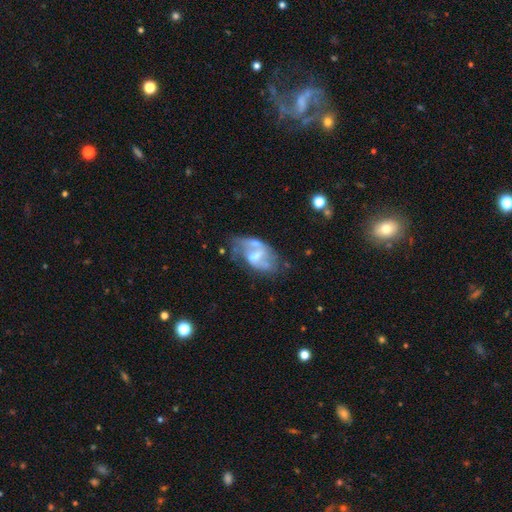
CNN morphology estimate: smooth-or-featured: featured or disk: 68% | smooth: 24% | star or artifact: 8%
  disk-edge-on: no: 96% | yes: 4%
    bar: weak: 45% | no: 31% | strong: 24%
    has-spiral-arms: yes: 59% | no: 41%
    bulge-size: moderate: 36% | small: 28% | none: 25% | large: 9% | dominant: 2%
  merging: none: 37% | minor disturbance: 26% | major disturbance: 23% | merger: 14%